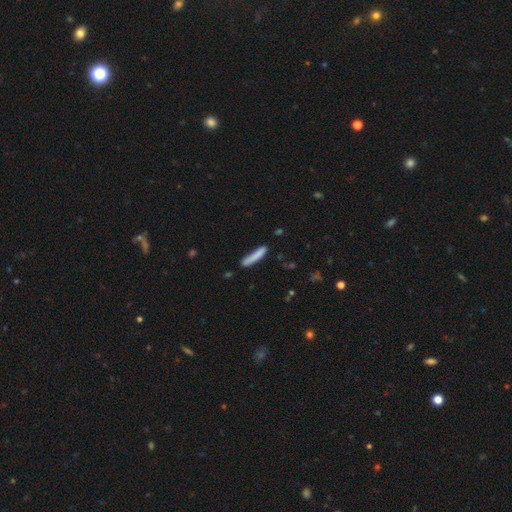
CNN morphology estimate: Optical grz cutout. It shows a smooth galaxy with no disk features (81%) that is cigar-shaped (92%). Merging: none (72%).